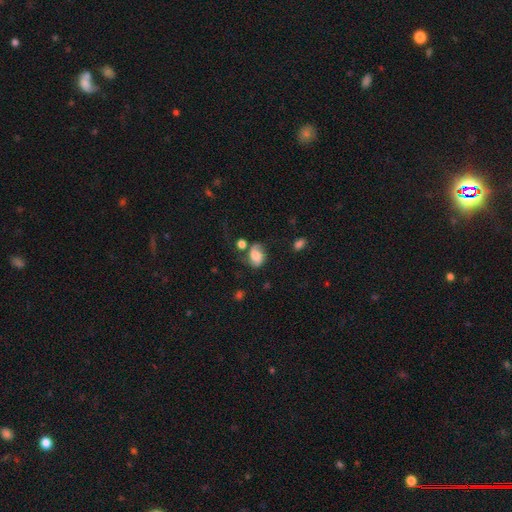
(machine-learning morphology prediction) smooth_or_featured: smooth (p=0.48) [alt: featured or disk p=0.42]
merging: none (p=0.40) [alt: minor disturbance p=0.24]